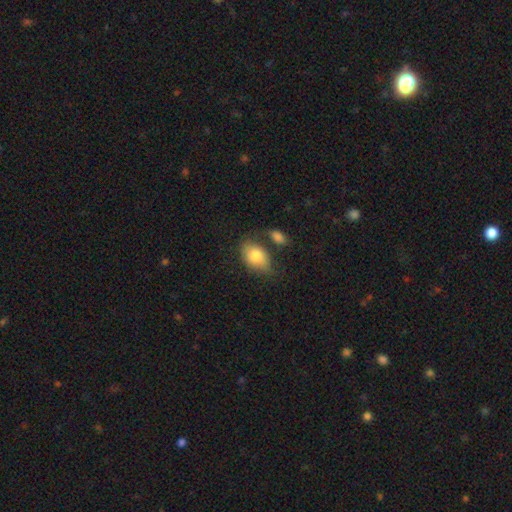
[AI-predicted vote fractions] Smooth or featured: smooth — 79% (featured or disk — 13%)
How rounded: in between — 84% (round — 15%)
Merging: none — 52% (minor disturbance — 25%)